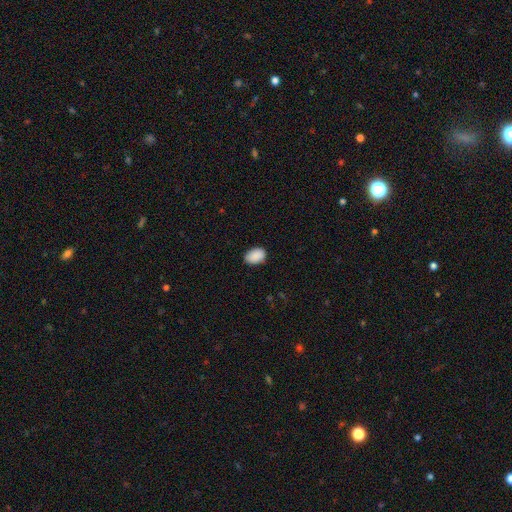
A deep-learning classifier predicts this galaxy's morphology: Smooth or featured?
  - smooth: 90% *
  - star or artifact: 7%
  - featured or disk: 3%
How rounded?
  - in between: 86% *
  - round: 13%
  - cigar-shaped: 1%
Merging?
  - none: 83% *
  - minor disturbance: 13%
  - major disturbance: 2%
  - merger: 1%